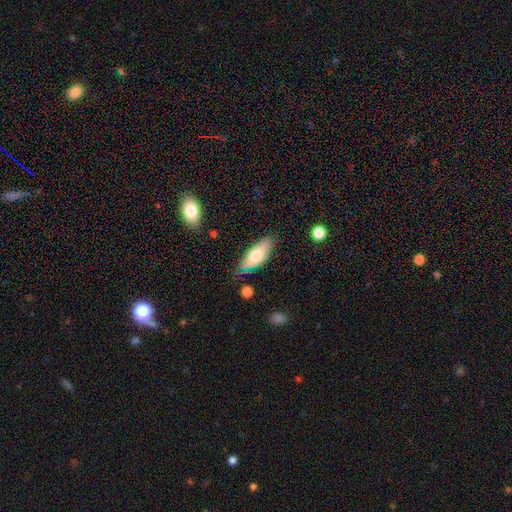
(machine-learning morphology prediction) smooth-or-featured: smooth: 66% | featured or disk: 27% | star or artifact: 7%
  how-rounded: in between: 73% | cigar-shaped: 24% | round: 2%
  merging: none: 73% | minor disturbance: 20% | major disturbance: 4% | merger: 3%